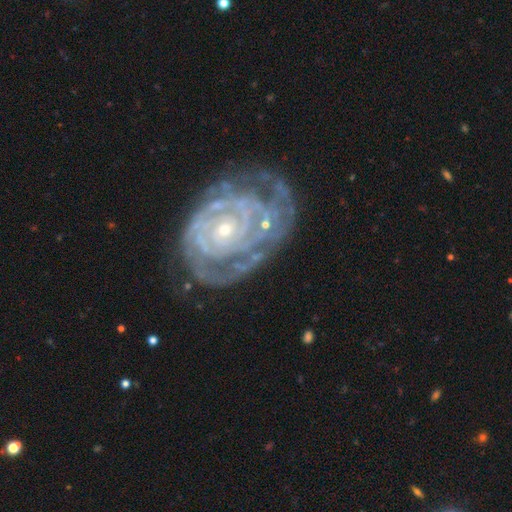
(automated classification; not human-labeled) smooth-or-featured: featured or disk: 84% | smooth: 8% | star or artifact: 8%
  disk-edge-on: no: 96% | yes: 4%
    bar: no: 75% | weak: 17% | strong: 8%
    has-spiral-arms: yes: 90% | no: 10%
      spiral-winding: tight: 80% | medium: 16% | loose: 4%
      spiral-arm-count: can't tell: 40% | 2: 20% | 3: 14% | 4: 10% | more than 4: 9% | 1: 7%
    bulge-size: small: 74% | moderate: 21% | large: 2% | none: 2% | dominant: 1%
  merging: none: 66% | minor disturbance: 20% | major disturbance: 11% | merger: 3%